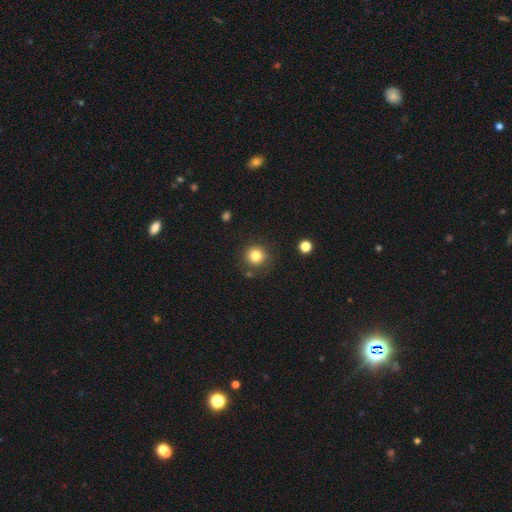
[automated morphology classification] smooth_or_featured: smooth (p=0.82) [alt: star or artifact p=0.12]
how_rounded: round (p=0.94) [alt: in between p=0.05]
merging: none (p=0.83) [alt: minor disturbance p=0.10]